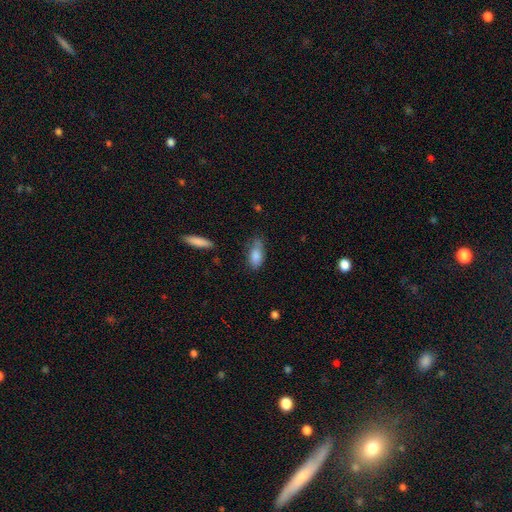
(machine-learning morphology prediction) Smooth or featured?
  - smooth: 83% *
  - featured or disk: 10%
  - star or artifact: 7%
How rounded?
  - in between: 86% *
  - cigar-shaped: 11%
  - round: 3%
Merging?
  - none: 56% *
  - minor disturbance: 31%
  - major disturbance: 9%
  - merger: 3%